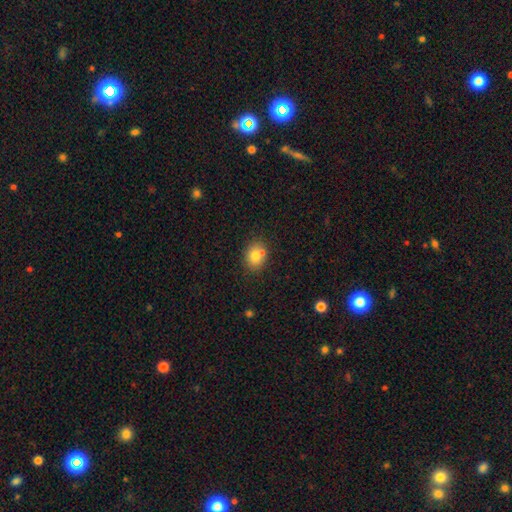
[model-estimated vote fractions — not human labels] A smooth galaxy with no disk features (77%) that is round (52%).

Vote fractions:
- Smooth or featured? smooth: 77% / featured or disk: 13% / star or artifact: 10%
- How rounded? round: 52% / in between: 47% / cigar-shaped: 1%
- Merging? none: 63% / merger: 21% / minor disturbance: 13% / major disturbance: 3%